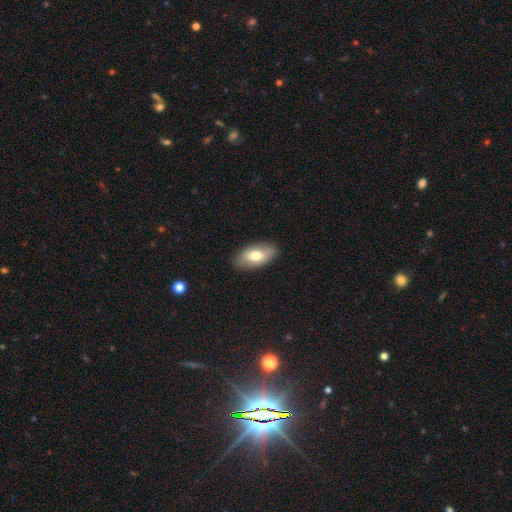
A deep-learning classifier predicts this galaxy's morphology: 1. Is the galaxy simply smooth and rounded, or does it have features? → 67% smooth, 27% featured or disk, 6% star or artifact.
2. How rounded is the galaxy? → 93% in between, 4% round, 3% cigar-shaped.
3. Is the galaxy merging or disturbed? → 87% none, 10% minor disturbance, 2% major disturbance, 1% merger.